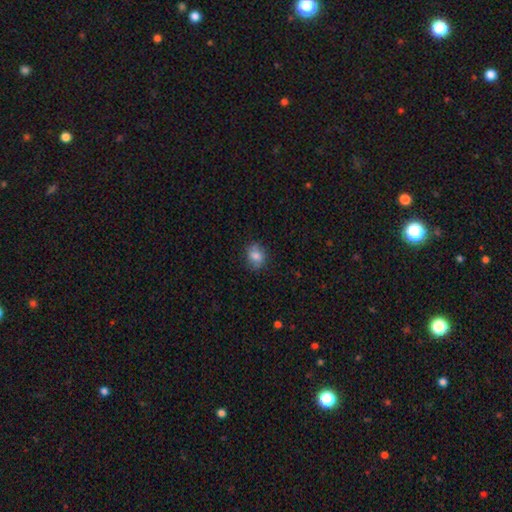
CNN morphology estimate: smooth 80%, featured or disk 11%, star or artifact 9%. Down the decision tree: how rounded — round (57%); merging — none (78%).